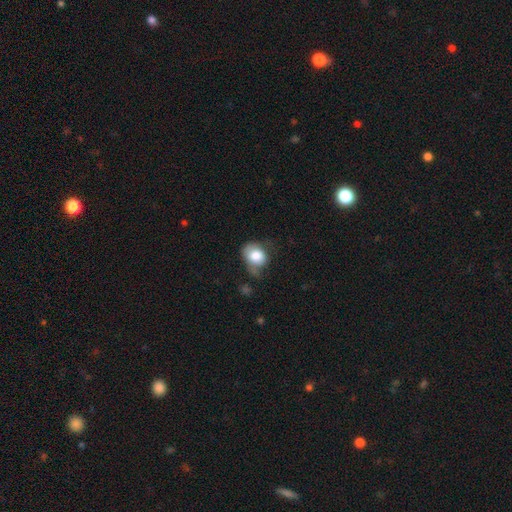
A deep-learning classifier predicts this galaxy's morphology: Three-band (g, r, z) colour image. It shows a smooth galaxy with no disk features (77%) that is in between round and cigar-shaped (51%). Merging: minor disturbance (37%).